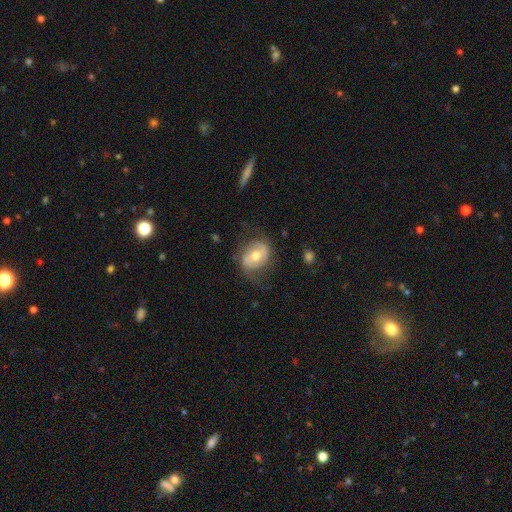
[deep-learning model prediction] Smooth or featured: featured or disk — 53% (smooth — 40%)
Edge-on disk: no — 95% (yes — 5%)
Bar: no — 44% (weak — 36%)
Spiral arms: yes — 62% (no — 38%)
Bulge size: moderate — 74% (small — 16%)
Merging: none — 65% (minor disturbance — 21%)